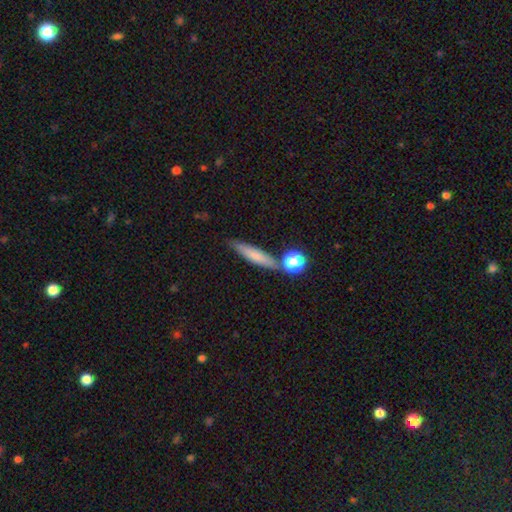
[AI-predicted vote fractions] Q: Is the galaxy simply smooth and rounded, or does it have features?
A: smooth — 69%.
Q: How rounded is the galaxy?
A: cigar-shaped — 83%.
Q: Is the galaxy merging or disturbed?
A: none — 74%.